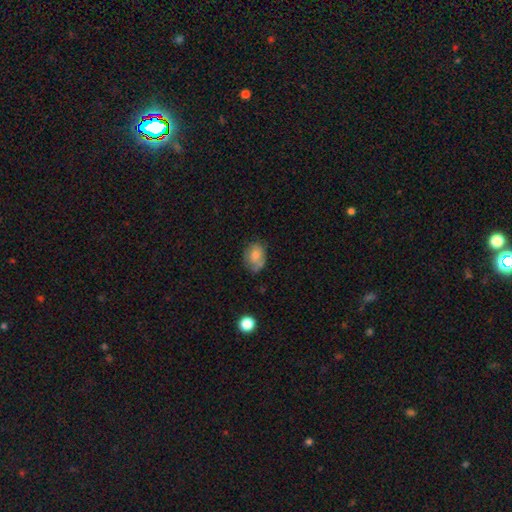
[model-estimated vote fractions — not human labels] smooth_or_featured: smooth (p=0.72) [alt: featured or disk p=0.19]
how_rounded: in between (p=0.69) [alt: round p=0.30]
merging: none (p=0.56) [alt: minor disturbance p=0.30]